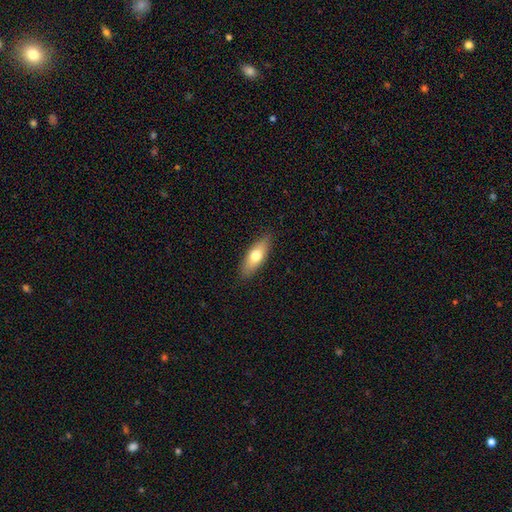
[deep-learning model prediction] Smooth or featured? smooth (67%)
How rounded? in between (65%)
Merging? none (87%)